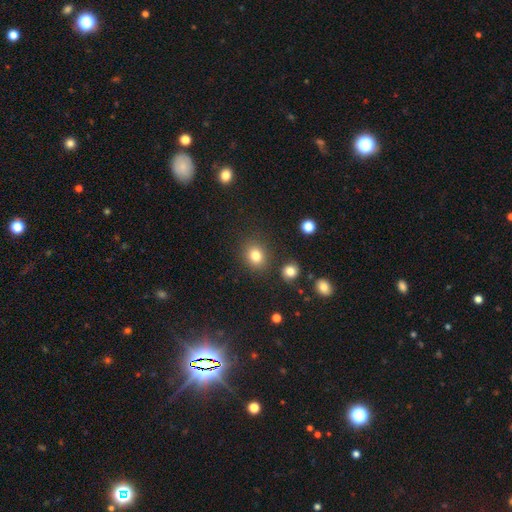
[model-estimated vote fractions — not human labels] smooth_or_featured: smooth (p=0.81) [alt: star or artifact p=0.12]
how_rounded: round (p=0.66) [alt: in between p=0.33]
merging: none (p=0.83) [alt: minor disturbance p=0.09]